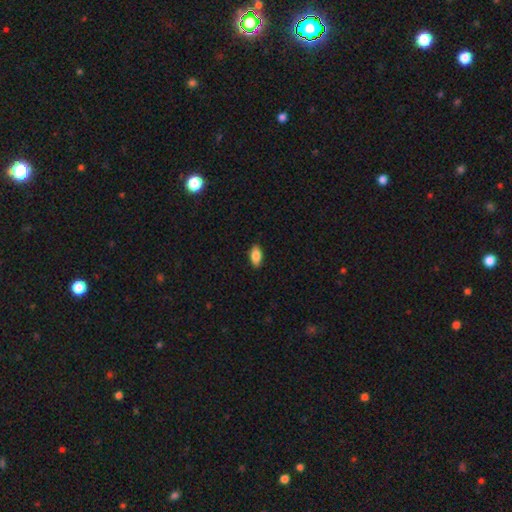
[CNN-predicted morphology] Smooth or featured? smooth (85%)
How rounded? in between (90%)
Merging? none (87%)